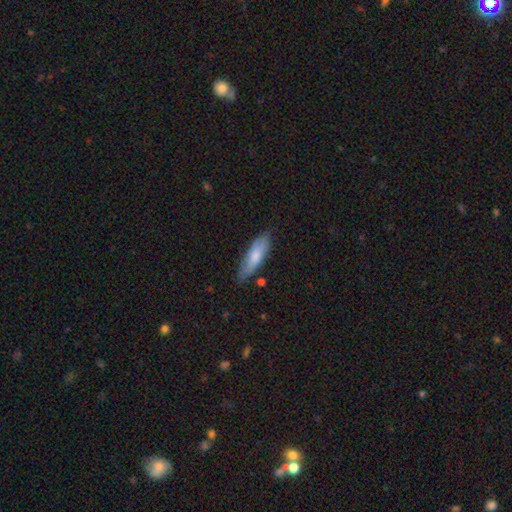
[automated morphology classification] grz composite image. It shows a smooth galaxy with no disk features (72%) that is cigar-shaped (51%). Merging: none (75%).